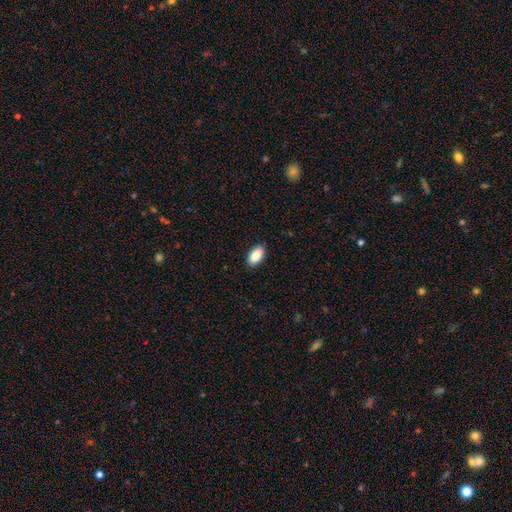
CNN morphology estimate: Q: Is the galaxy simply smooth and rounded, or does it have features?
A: smooth — 88%.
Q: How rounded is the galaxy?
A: in between — 92%.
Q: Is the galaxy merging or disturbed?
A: none — 88%.